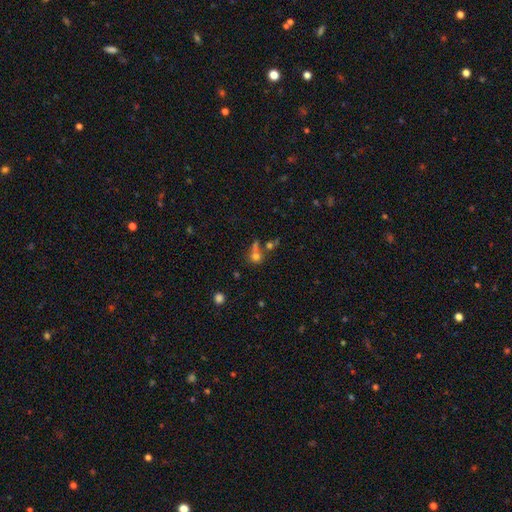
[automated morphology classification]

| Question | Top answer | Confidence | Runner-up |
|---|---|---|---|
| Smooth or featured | smooth | 68% | star or artifact (18%) |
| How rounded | round | 81% | in between (17%) |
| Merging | none | 42% | merger (39%) |